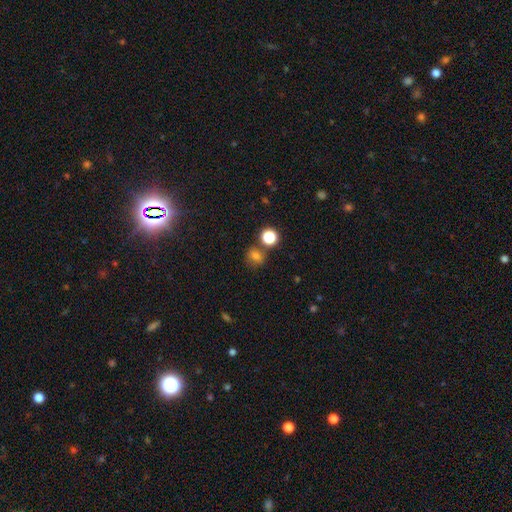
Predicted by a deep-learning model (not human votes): Smooth or featured? smooth (74%)
How rounded? round (80%)
Merging? none (71%)